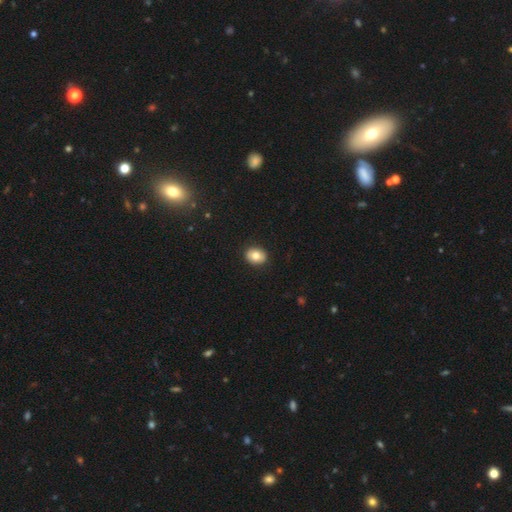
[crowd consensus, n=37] This is likely a smooth galaxy (76%). How rounded: possibly round (50%, tied with in between). Merging: clearly none (92%).